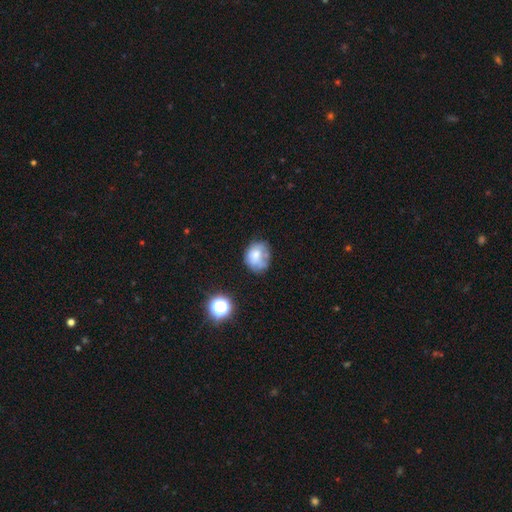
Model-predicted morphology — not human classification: Q: Smooth or featured?
A: smooth (65%); runner-up: featured or disk (23%)
Q: How rounded?
A: round (52%); runner-up: in between (47%)
Q: Merging?
A: none (50%); runner-up: minor disturbance (30%)